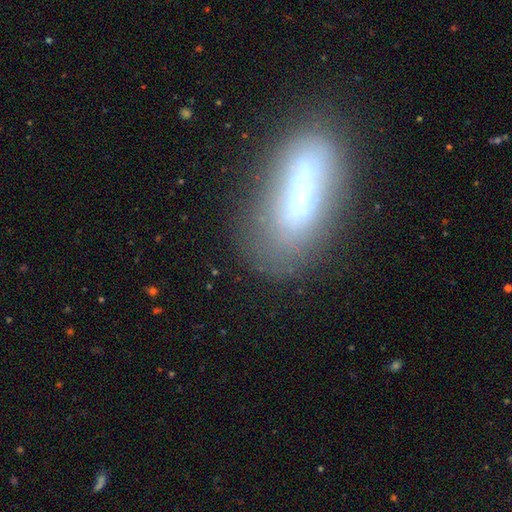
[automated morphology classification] This is marginally a smooth galaxy (42%). Merging: possibly none (50%).